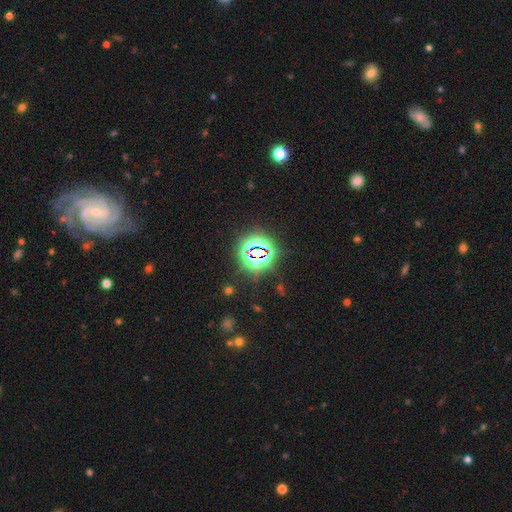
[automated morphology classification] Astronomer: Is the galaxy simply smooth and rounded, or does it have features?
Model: star or artifact — 79%.